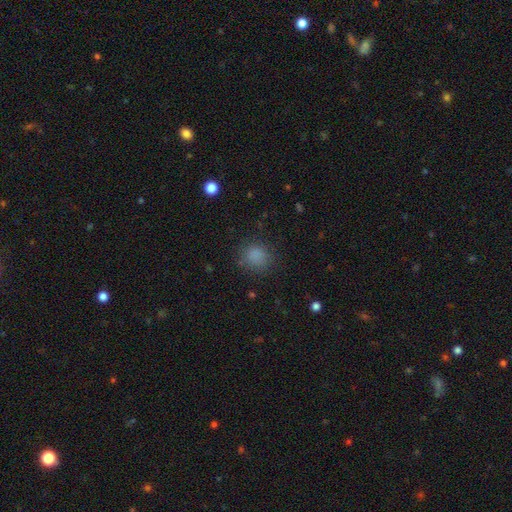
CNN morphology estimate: This appears to be a smooth galaxy with no disk features (83%) that is round (82%). Merging: none (80%).